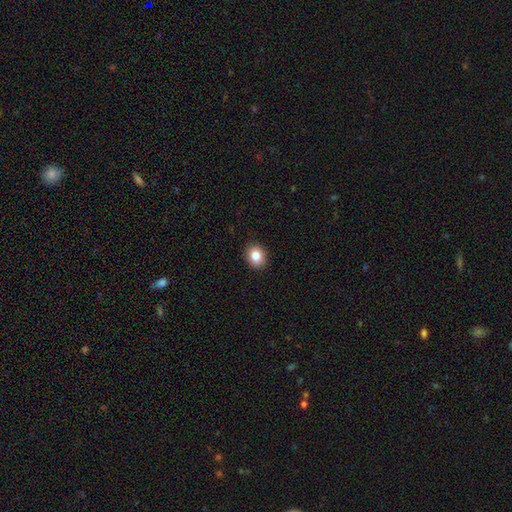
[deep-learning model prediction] smooth_or_featured: smooth (p=0.84) [alt: star or artifact p=0.09]
how_rounded: round (p=0.54) [alt: in between p=0.45]
merging: none (p=0.91) [alt: minor disturbance p=0.07]